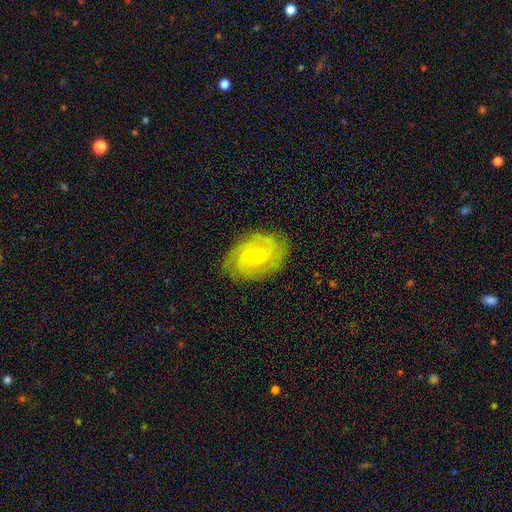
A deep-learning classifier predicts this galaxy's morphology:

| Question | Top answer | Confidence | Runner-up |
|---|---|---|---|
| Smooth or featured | featured or disk | 82% | smooth (13%) |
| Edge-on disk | no | 97% | yes (3%) |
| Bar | no | 72% | weak (24%) |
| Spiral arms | yes | 95% | no (5%) |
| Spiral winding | tight | 64% | medium (30%) |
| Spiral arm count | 2 | 35% | 3 (24%) |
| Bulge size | small | 73% | moderate (23%) |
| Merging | none | 81% | minor disturbance (14%) |